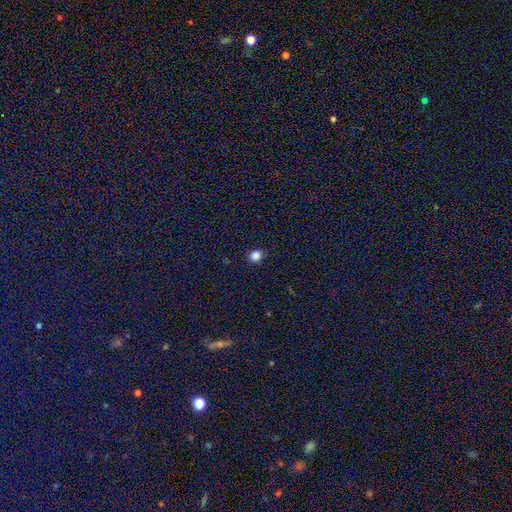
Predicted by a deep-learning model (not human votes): This appears to be a smooth galaxy with no disk features (84%) that is round (75%). Merging: none (91%).